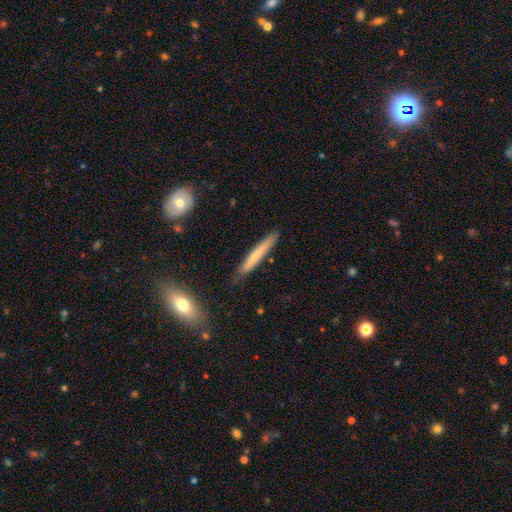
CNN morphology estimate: smooth_or_featured: smooth (p=0.60) [alt: featured or disk p=0.34]
how_rounded: cigar-shaped (p=0.95) [alt: in between p=0.04]
merging: none (p=0.86) [alt: minor disturbance p=0.10]